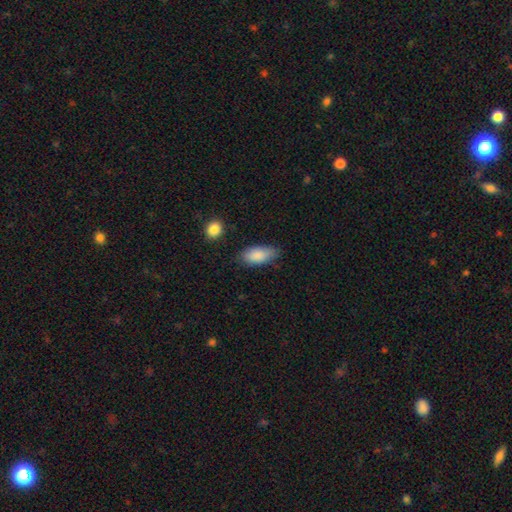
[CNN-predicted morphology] A smooth galaxy with no disk features (87%) that is in between round and cigar-shaped (90%). Merging: none (72%).